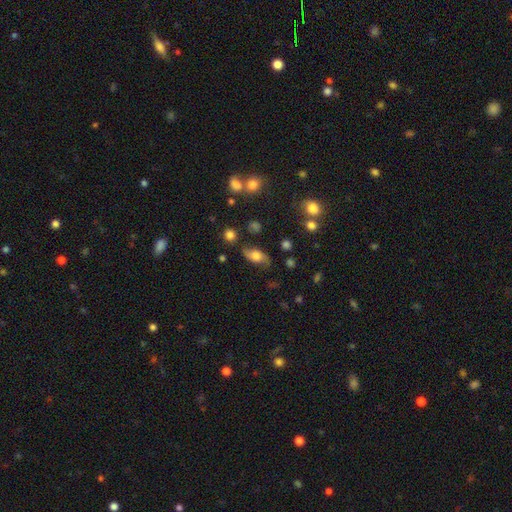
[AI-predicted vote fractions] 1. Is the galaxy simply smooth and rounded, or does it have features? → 52% smooth, 39% featured or disk, 9% star or artifact.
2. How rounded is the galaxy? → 82% in between, 10% round, 8% cigar-shaped.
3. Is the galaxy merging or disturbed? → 69% none, 21% minor disturbance, 7% major disturbance, 3% merger.